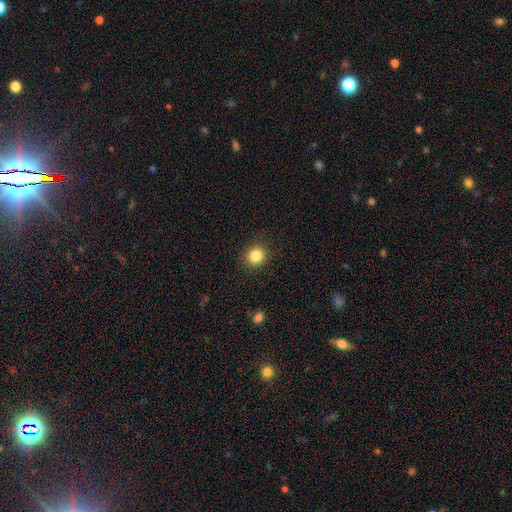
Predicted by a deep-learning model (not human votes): This is clearly a smooth galaxy (85%). How rounded: clearly round (84%). Merging: clearly none (90%).